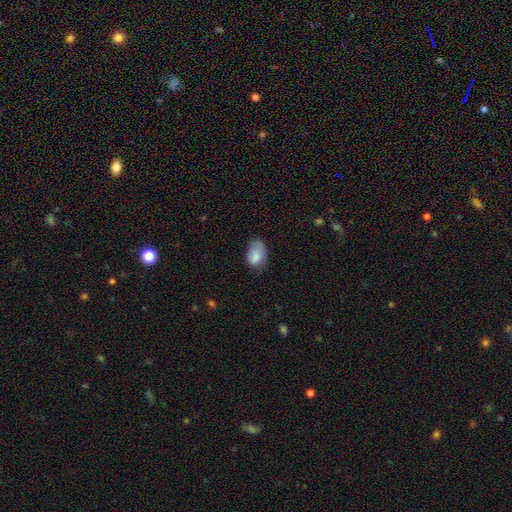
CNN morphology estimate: The model was most divided on "merging": none: 58%, minor disturbance: 32%, major disturbance: 9%, merger: 2%. More confident: how rounded — in between (89%); smooth or featured — smooth (83%).